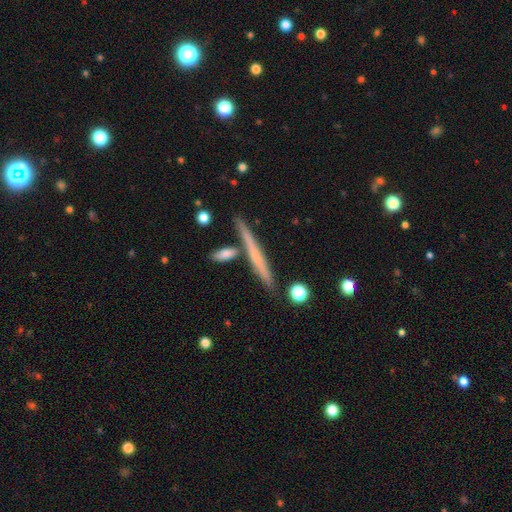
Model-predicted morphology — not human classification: Smooth or featured?
  - featured or disk: 49% *
  - smooth: 45%
  - star or artifact: 7%
Merging?
  - none: 81% *
  - minor disturbance: 9%
  - merger: 7%
  - major disturbance: 2%